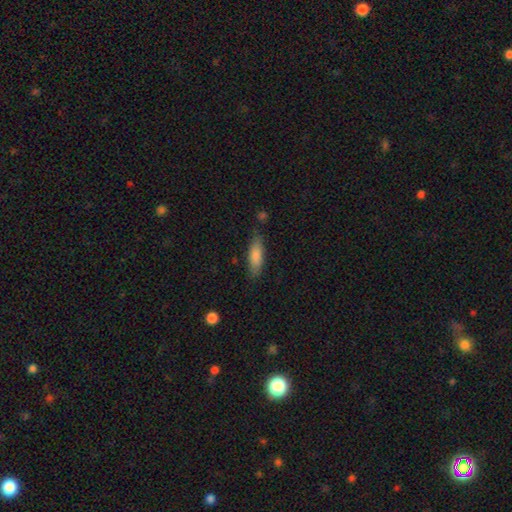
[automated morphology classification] smooth 84%, featured or disk 10%, star or artifact 6%. Down the decision tree: how rounded — in between (52%); merging — none (80%).